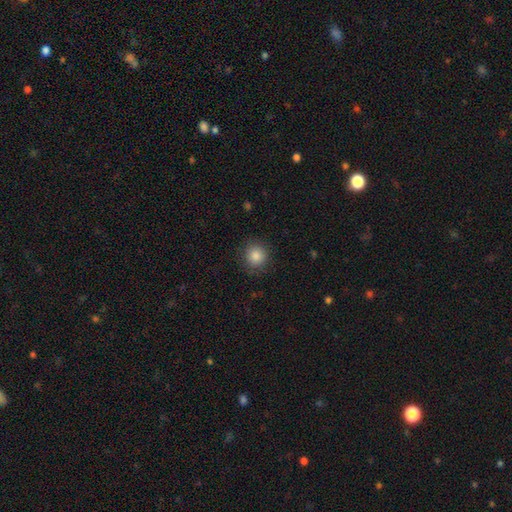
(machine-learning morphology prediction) Smooth or featured? Predicted: smooth (p=0.85). How rounded? Predicted: round (p=0.92). Merging? Predicted: none (p=0.88).